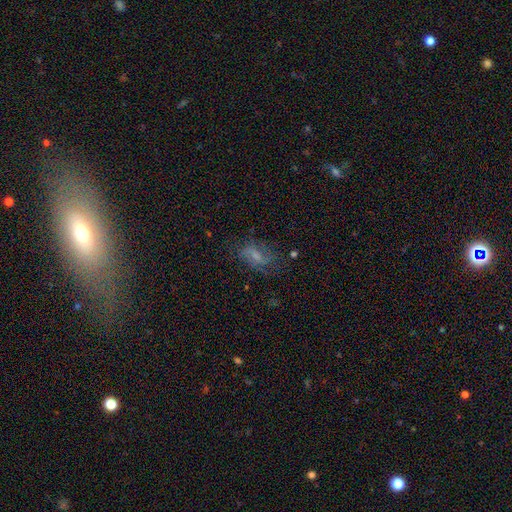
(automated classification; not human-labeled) A featured or disk galaxy (50%). Merging: none (59%).